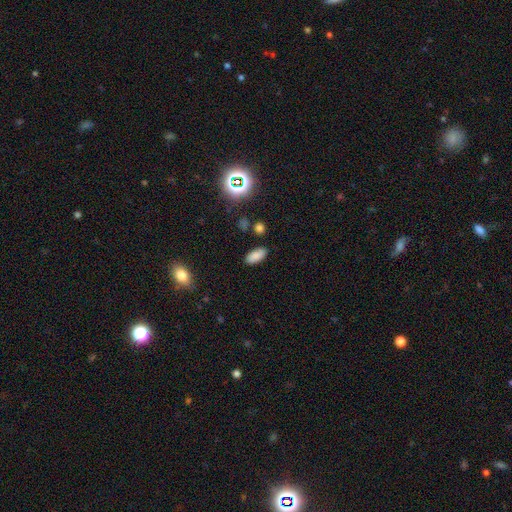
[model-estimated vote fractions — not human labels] smooth-or-featured: smooth: 83% | star or artifact: 12% | featured or disk: 5%
  how-rounded: in between: 89% | cigar-shaped: 8% | round: 3%
  merging: none: 86% | minor disturbance: 9% | major disturbance: 3% | merger: 3%